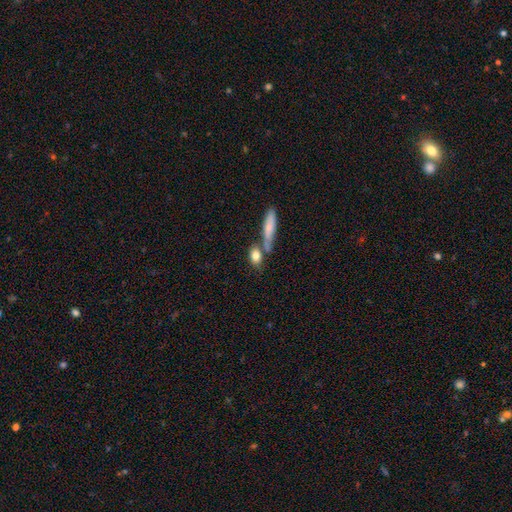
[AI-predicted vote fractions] Smooth or featured? smooth (79%)
How rounded? in between (61%)
Merging? none (57%)